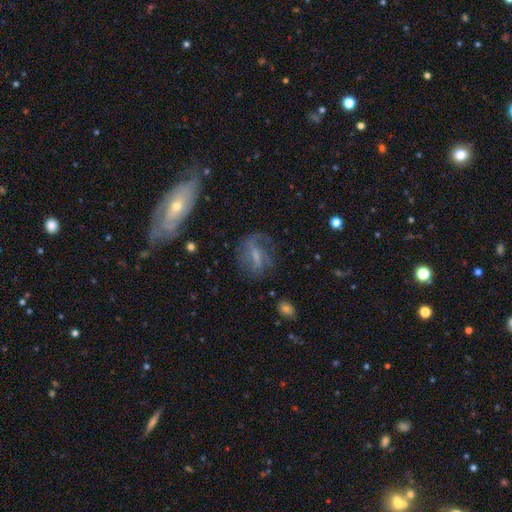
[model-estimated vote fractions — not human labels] A featured or disk galaxy (58%) with a weak bar (43%), spiral arms (70%) and a small central bulge (36%). Merging: none (54%).